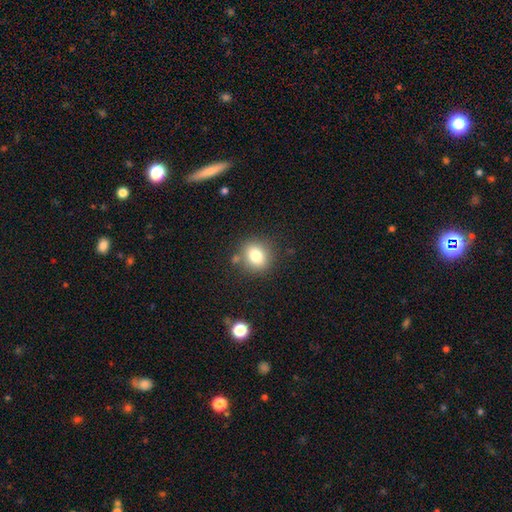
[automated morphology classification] Q: Smooth or featured?
A: smooth (80%); runner-up: star or artifact (11%)
Q: How rounded?
A: round (72%); runner-up: in between (27%)
Q: Merging?
A: none (79%); runner-up: minor disturbance (11%)